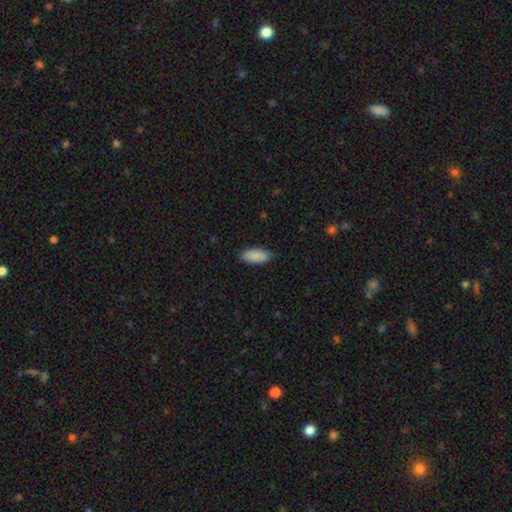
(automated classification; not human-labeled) Smooth or featured?
  - smooth: 89% *
  - star or artifact: 6%
  - featured or disk: 5%
How rounded?
  - in between: 88% *
  - cigar-shaped: 11%
  - round: 2%
Merging?
  - none: 81% *
  - minor disturbance: 15%
  - major disturbance: 2%
  - merger: 1%